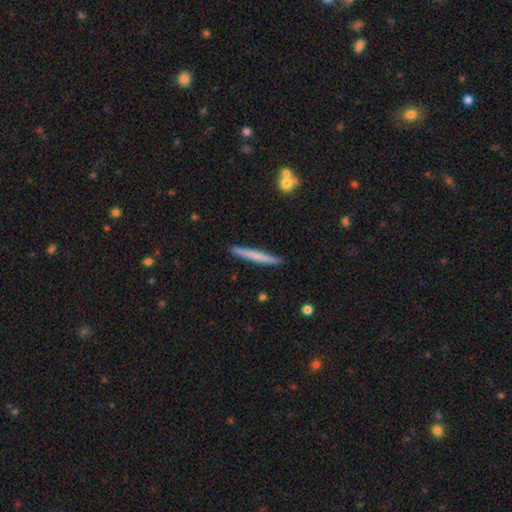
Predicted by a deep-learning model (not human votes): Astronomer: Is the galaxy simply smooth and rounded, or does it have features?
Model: smooth — 62%.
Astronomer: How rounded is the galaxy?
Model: cigar-shaped — 96%.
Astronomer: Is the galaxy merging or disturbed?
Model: none — 90%.